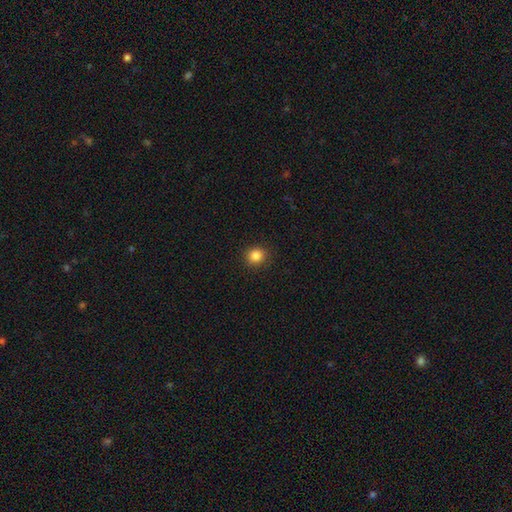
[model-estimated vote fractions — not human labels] smooth 85%, star or artifact 11%, featured or disk 3%. Down the decision tree: how rounded — round (88%); merging — none (90%).